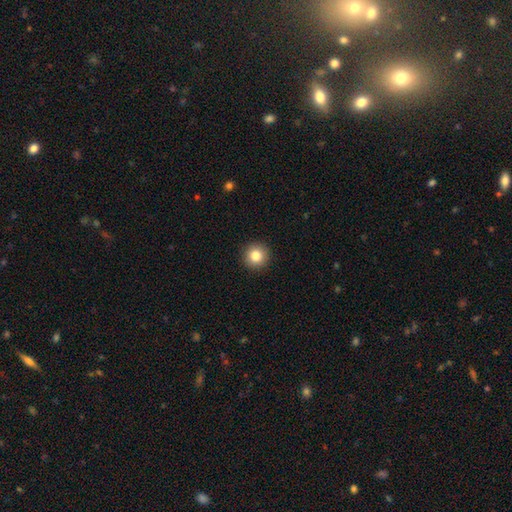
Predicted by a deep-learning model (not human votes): smooth_or_featured: smooth (p=0.83) [alt: star or artifact p=0.10]
how_rounded: round (p=0.95) [alt: in between p=0.04]
merging: none (p=0.93) [alt: minor disturbance p=0.05]